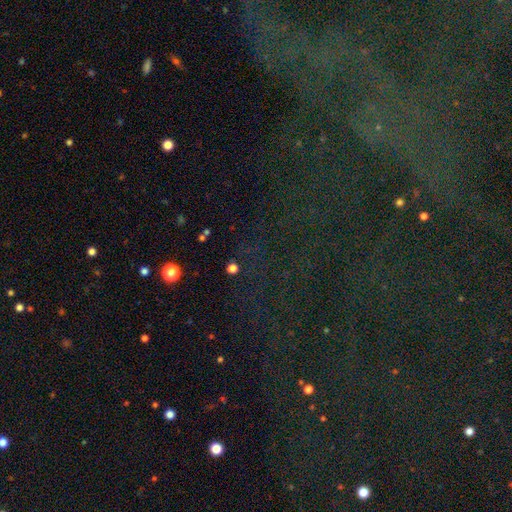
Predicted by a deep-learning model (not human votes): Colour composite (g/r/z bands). It shows a star or artifact, not a galaxy (78%).